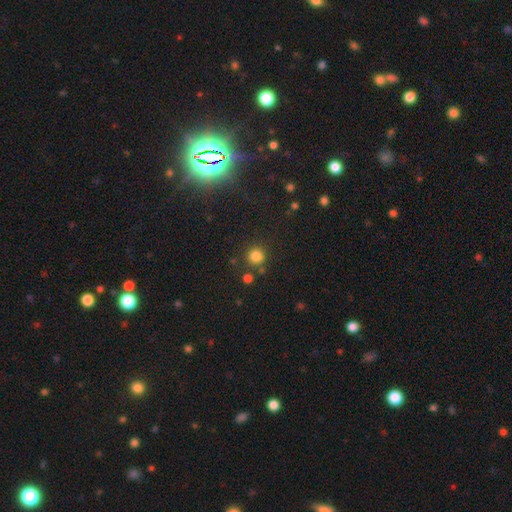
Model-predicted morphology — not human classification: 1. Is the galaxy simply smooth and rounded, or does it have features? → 80% smooth, 15% star or artifact, 5% featured or disk.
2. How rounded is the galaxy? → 90% round, 9% in between, 1% cigar-shaped.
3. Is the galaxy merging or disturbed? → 79% none, 9% minor disturbance, 8% merger, 4% major disturbance.